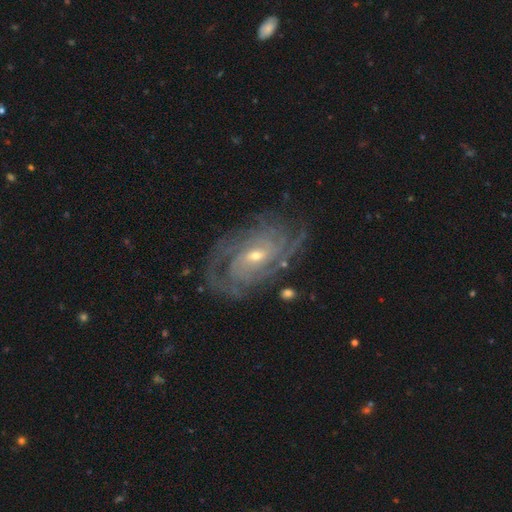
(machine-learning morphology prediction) Smooth or featured: featured or disk — 88% (star or artifact — 7%)
Edge-on disk: no — 96% (yes — 4%)
Bar: no — 47% (weak — 40%)
Spiral arms: yes — 97% (no — 3%)
Spiral winding: tight — 66% (medium — 28%)
Spiral arm count: can't tell — 30% (2 — 20%)
Bulge size: small — 61% (moderate — 35%)
Merging: none — 76% (minor disturbance — 16%)